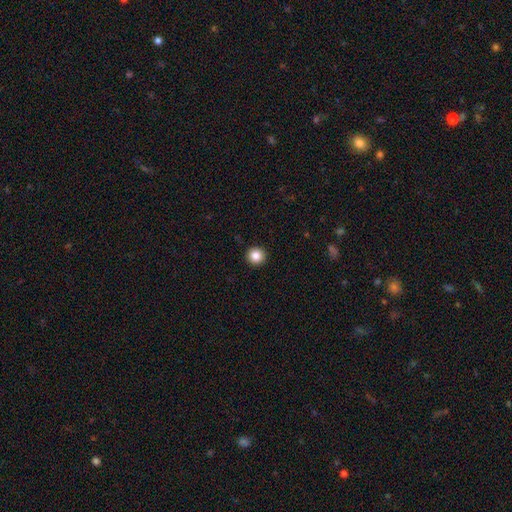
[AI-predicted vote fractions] The model was most divided on "smooth or featured": smooth: 86%, star or artifact: 10%, featured or disk: 4%. More confident: how rounded — round (94%); merging — none (93%).